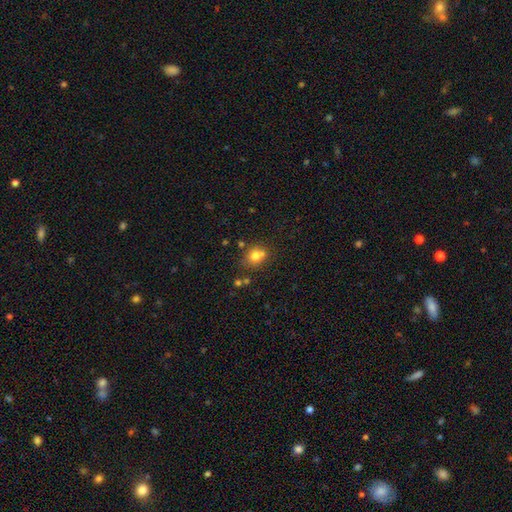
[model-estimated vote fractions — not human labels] smooth_or_featured: smooth (p=0.74) [alt: star or artifact p=0.14]
how_rounded: round (p=0.72) [alt: in between p=0.27]
merging: none (p=0.57) [alt: merger p=0.26]